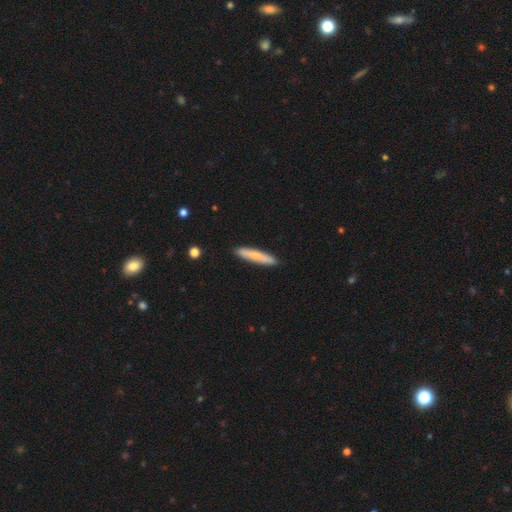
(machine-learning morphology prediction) smooth-or-featured: smooth: 71% | featured or disk: 24% | star or artifact: 6%
  how-rounded: cigar-shaped: 91% | in between: 7% | round: 1%
  merging: none: 90% | minor disturbance: 8% | major disturbance: 1% | merger: 1%